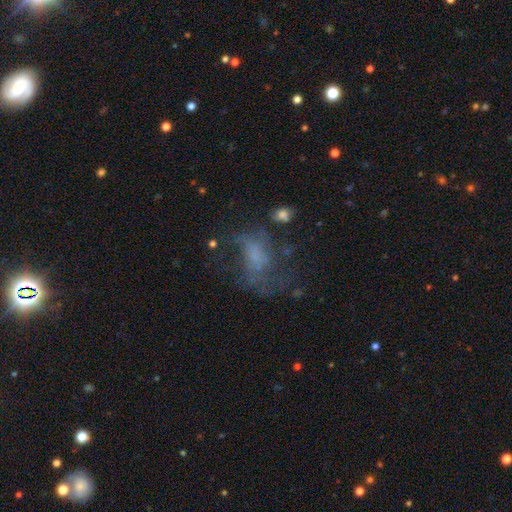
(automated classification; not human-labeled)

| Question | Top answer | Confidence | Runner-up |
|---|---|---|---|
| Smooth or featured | featured or disk | 52% | smooth (30%) |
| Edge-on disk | no | 97% | yes (3%) |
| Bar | no | 71% | weak (23%) |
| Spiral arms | yes | 54% | no (46%) |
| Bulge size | none | 54% | small (22%) |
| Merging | major disturbance | 39% | none (37%) |